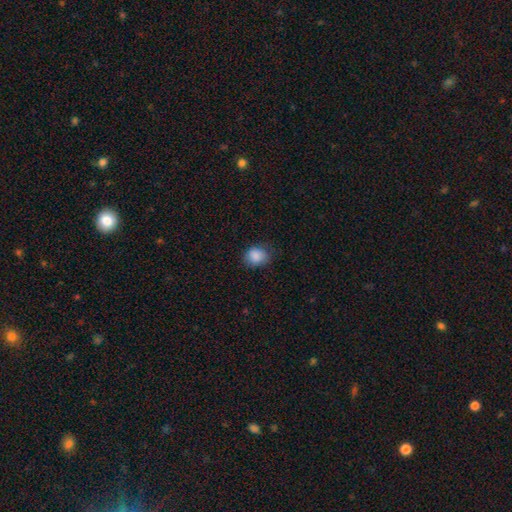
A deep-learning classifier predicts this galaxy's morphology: Overall: smooth (88%). How rounded: round (60%; in between 39%). Merging: none (73%).